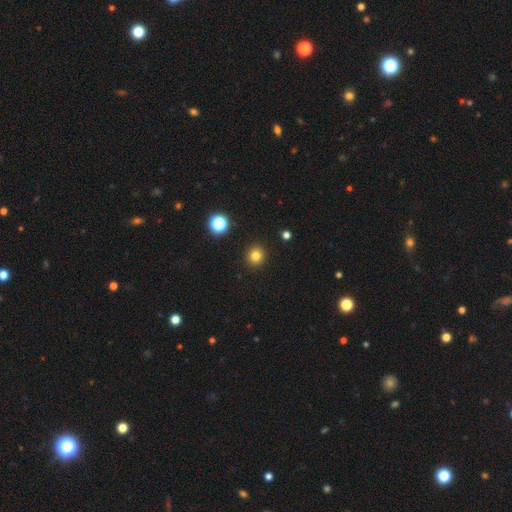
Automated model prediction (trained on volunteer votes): A smooth galaxy with no disk features (80%) that is round (92%). Merging: none (92%).